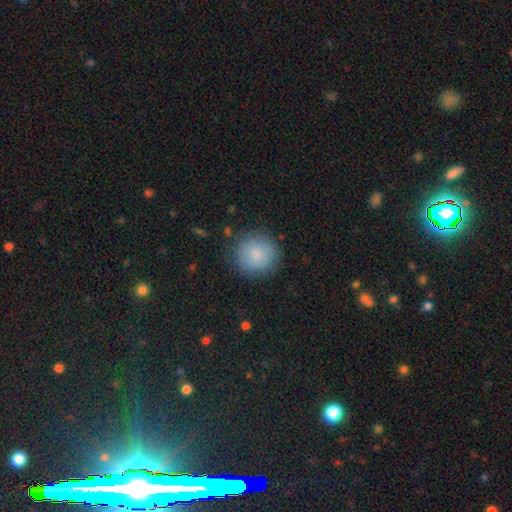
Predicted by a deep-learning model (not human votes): Morphology: type=smooth (85%); roundness=round (93%); merging=none (85%).